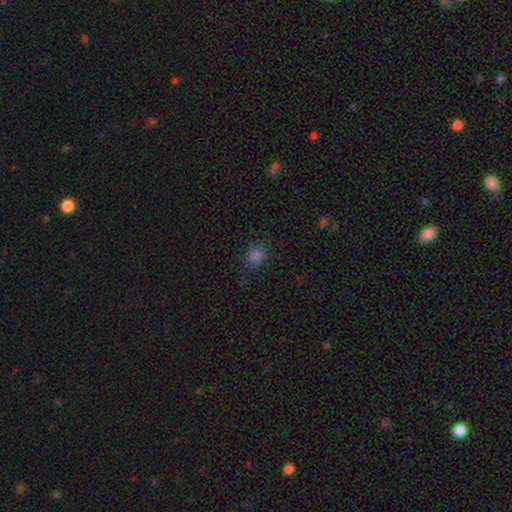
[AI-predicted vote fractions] Overall: smooth (78%). How rounded: round (54%; in between 45%). Merging: none (82%).